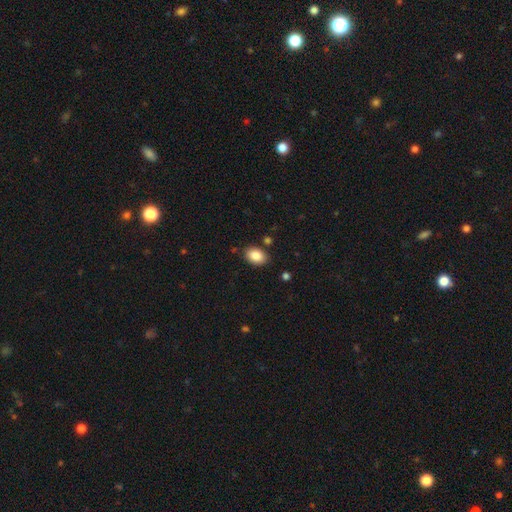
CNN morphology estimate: Smooth or featured: smooth — 86% (star or artifact — 8%)
How rounded: in between — 81% (round — 17%)
Merging: none — 85% (minor disturbance — 10%)